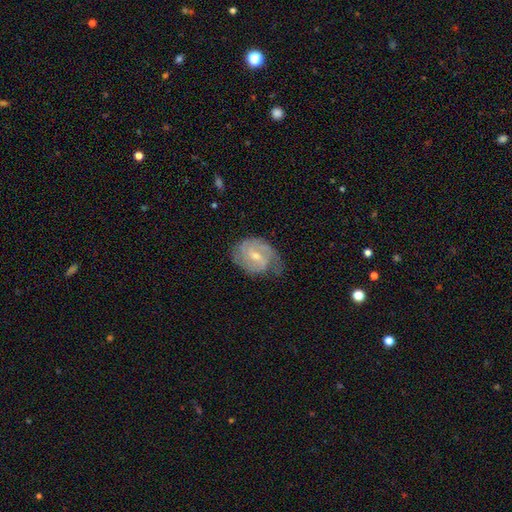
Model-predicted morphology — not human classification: Smooth or featured?
  - featured or disk: 78% *
  - smooth: 16%
  - star or artifact: 6%
Edge-on disk?
  - no: 97% *
  - yes: 3%
Bar?
  - weak: 58% *
  - no: 23%
  - strong: 19%
Spiral arms?
  - yes: 92% *
  - no: 8%
Spiral winding?
  - tight: 45% *
  - medium: 40%
  - loose: 15%
Spiral arm count?
  - 2: 57% *
  - can't tell: 21%
  - 3: 10%
  - 1: 8%
  - 4: 2%
  - more than 4: 2%
Bulge size?
  - small: 51% *
  - moderate: 45%
  - none: 2%
  - large: 1%
  - dominant: 1%
Merging?
  - none: 55% *
  - minor disturbance: 30%
  - major disturbance: 13%
  - merger: 2%